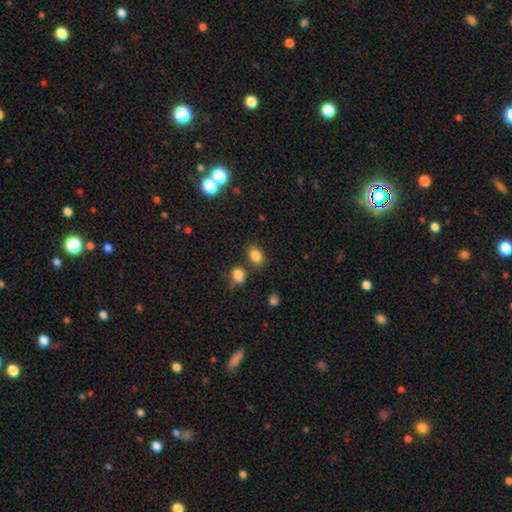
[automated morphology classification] Overall: smooth (83%). How rounded: in between (80%). Merging: none (71%).